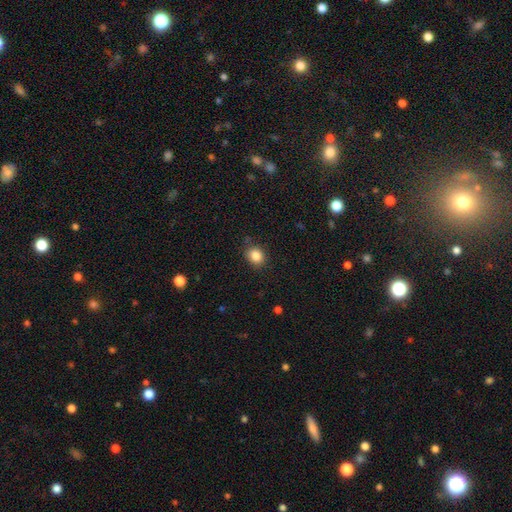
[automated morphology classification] Smooth or featured?
  - smooth: 85% *
  - star or artifact: 10%
  - featured or disk: 5%
How rounded?
  - round: 64% *
  - in between: 35%
  - cigar-shaped: 1%
Merging?
  - none: 84% *
  - minor disturbance: 11%
  - major disturbance: 3%
  - merger: 2%